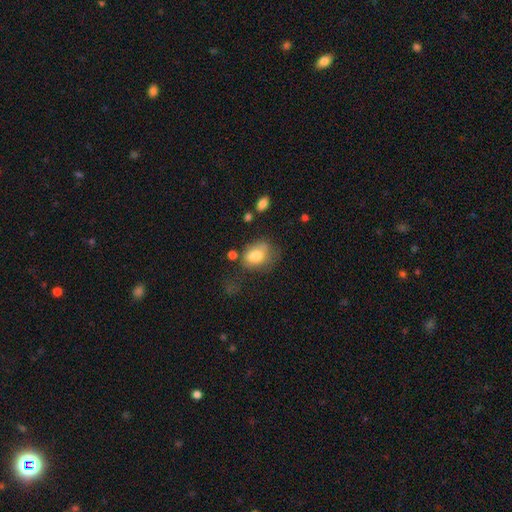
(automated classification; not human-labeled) smooth-or-featured: smooth: 77% | featured or disk: 14% | star or artifact: 9%
  how-rounded: in between: 70% | round: 29% | cigar-shaped: 1%
  merging: none: 43% | minor disturbance: 30% | major disturbance: 20% | merger: 7%